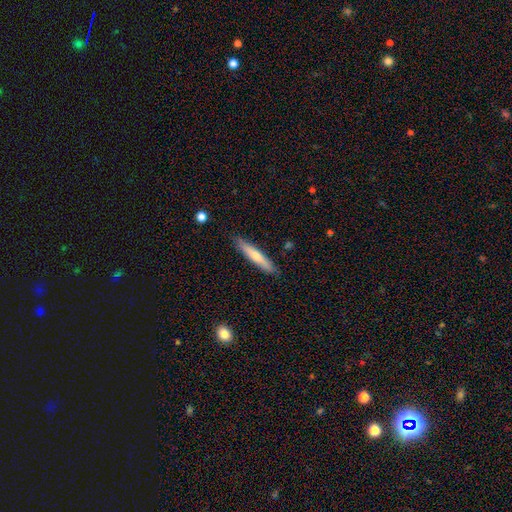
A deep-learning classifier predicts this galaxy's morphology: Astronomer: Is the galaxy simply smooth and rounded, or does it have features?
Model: smooth — 53% (runner-up: featured or disk, 40%).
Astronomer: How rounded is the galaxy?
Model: cigar-shaped — 91%.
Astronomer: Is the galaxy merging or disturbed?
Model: none — 90%.